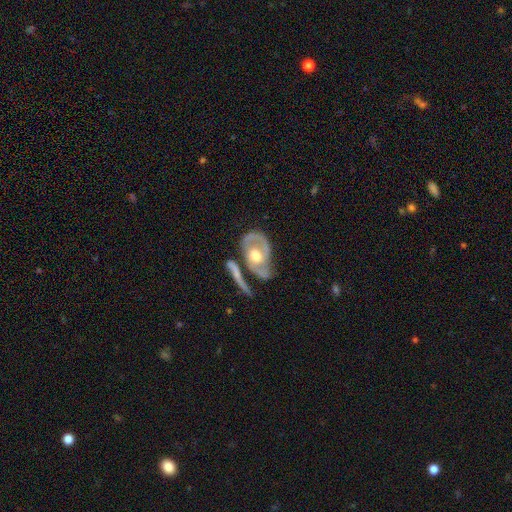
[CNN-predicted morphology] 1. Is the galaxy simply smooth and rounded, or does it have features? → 72% featured or disk, 23% smooth, 5% star or artifact.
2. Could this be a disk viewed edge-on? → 92% no, 8% yes.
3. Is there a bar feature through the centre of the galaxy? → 73% no, 20% weak, 7% strong.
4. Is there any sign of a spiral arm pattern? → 68% yes, 32% no.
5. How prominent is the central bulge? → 76% moderate, 12% small, 9% large, 1% none, 1% dominant.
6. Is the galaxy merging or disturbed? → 40% none, 21% minor disturbance, 19% merger, 19% major disturbance.